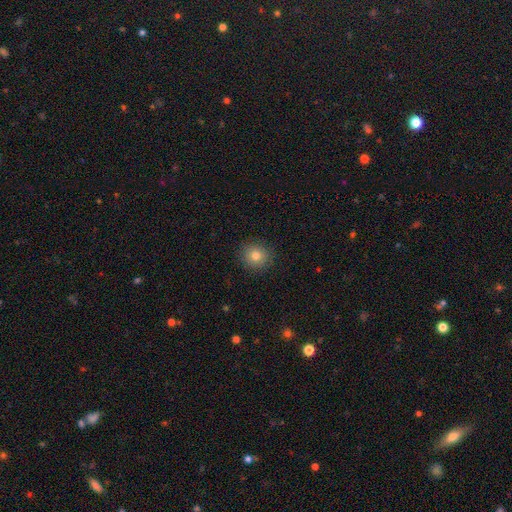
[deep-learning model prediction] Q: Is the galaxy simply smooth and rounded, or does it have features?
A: smooth — 79%.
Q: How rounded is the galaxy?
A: round — 90%.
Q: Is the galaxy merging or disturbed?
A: none — 90%.